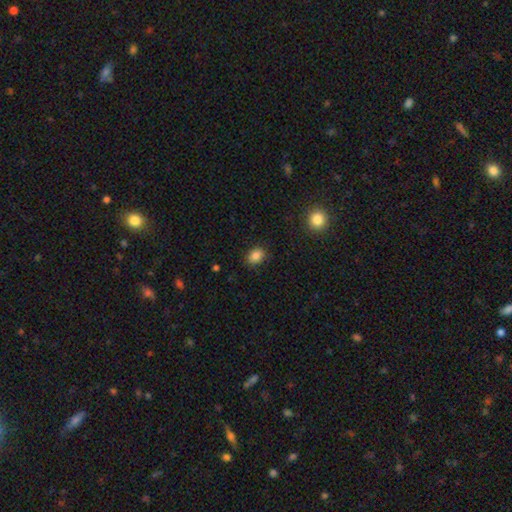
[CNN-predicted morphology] This is clearly a smooth galaxy (85%). How rounded: likely in between (61%). Merging: clearly none (85%).